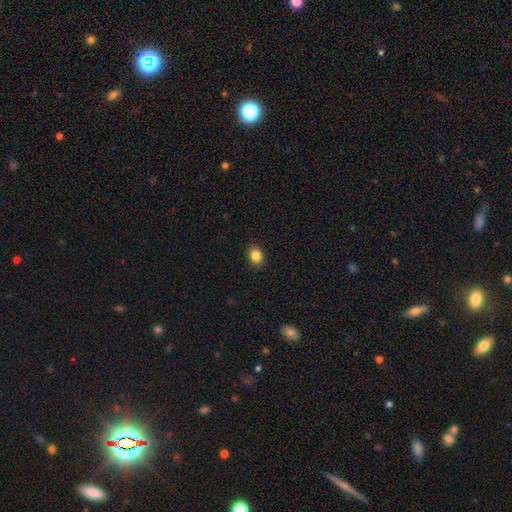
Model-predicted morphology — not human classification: Smooth or featured? smooth (85%)
How rounded? in between (57%)
Merging? none (90%)